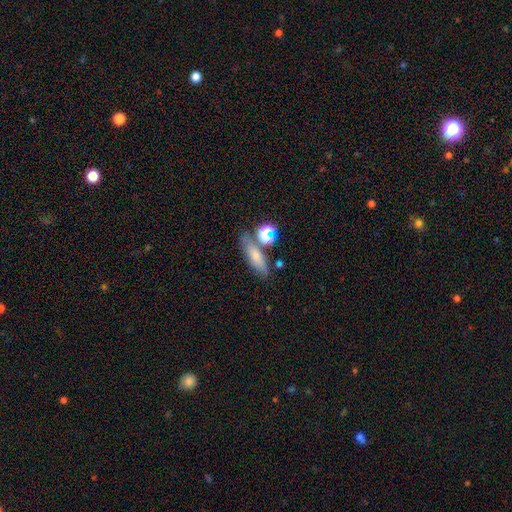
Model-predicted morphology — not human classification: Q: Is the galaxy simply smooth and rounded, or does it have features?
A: smooth — 57%.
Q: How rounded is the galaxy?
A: in between — 46%.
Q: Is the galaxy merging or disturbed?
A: none — 65%.